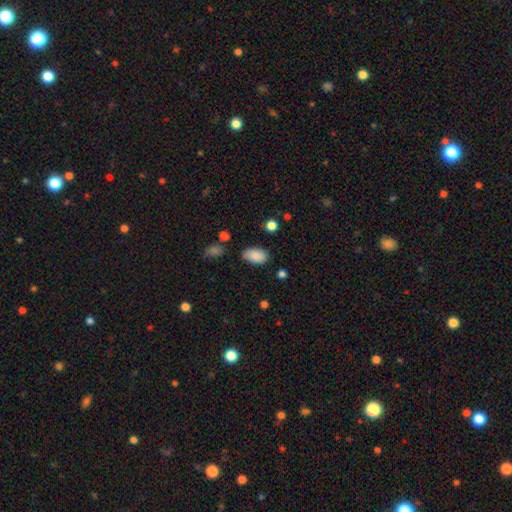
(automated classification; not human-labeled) smooth_or_featured: smooth (p=0.88) [alt: star or artifact p=0.08]
how_rounded: in between (p=0.93) [alt: round p=0.06]
merging: none (p=0.78) [alt: minor disturbance p=0.16]